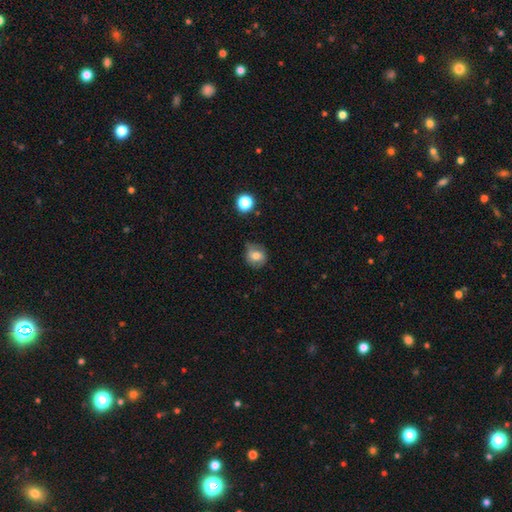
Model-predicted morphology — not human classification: Overall: smooth (68%). How rounded: round (72%). Merging: none (63%; minor disturbance 27%).